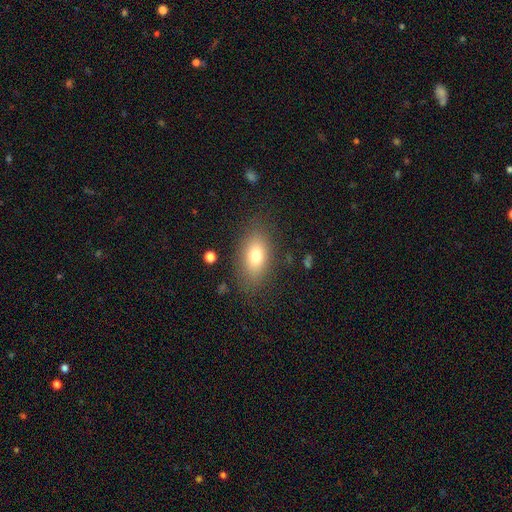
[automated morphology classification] smooth 76%, featured or disk 15%, star or artifact 9%. Down the decision tree: how rounded — in between (85%); merging — none (82%).